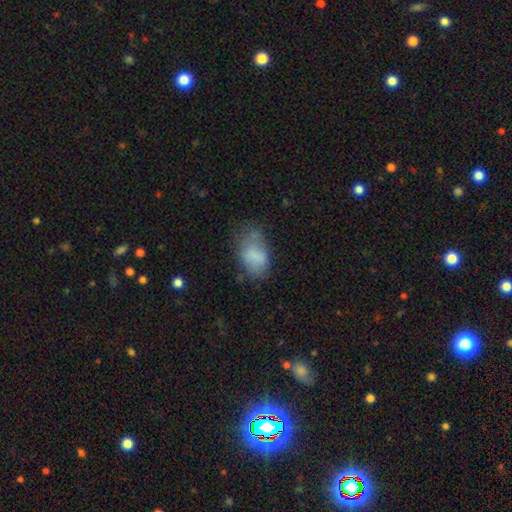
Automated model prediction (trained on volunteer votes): smooth 75%, featured or disk 16%, star or artifact 9%. Down the decision tree: how rounded — in between (89%); merging — none (45%).